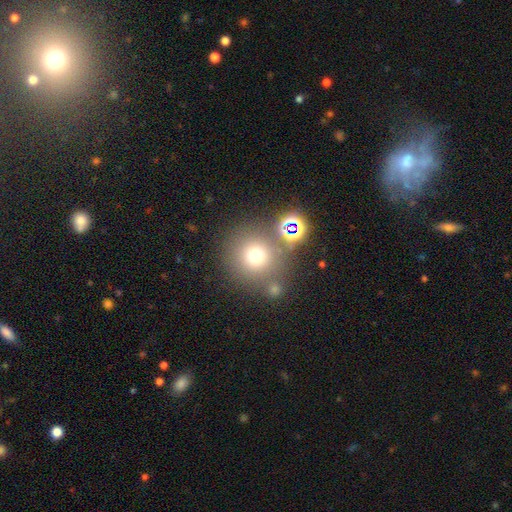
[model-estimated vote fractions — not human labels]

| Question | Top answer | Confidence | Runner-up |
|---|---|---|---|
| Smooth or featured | smooth | 69% | star or artifact (20%) |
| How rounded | round | 94% | in between (5%) |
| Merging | none | 73% | merger (13%) |